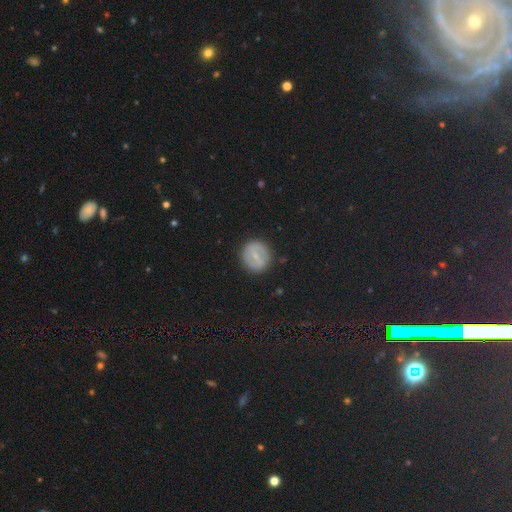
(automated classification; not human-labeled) This is marginally a featured or disk galaxy (44%). Merging: clearly none (89%).